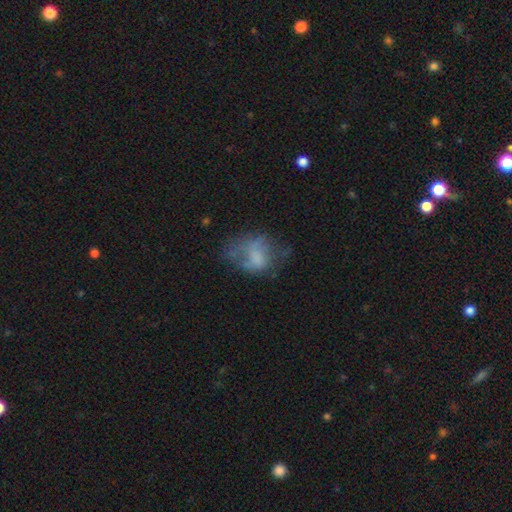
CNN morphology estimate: Smooth or featured? Predicted: smooth (p=0.53). How rounded? Predicted: in between (p=0.66). Merging? Predicted: major disturbance (p=0.37).